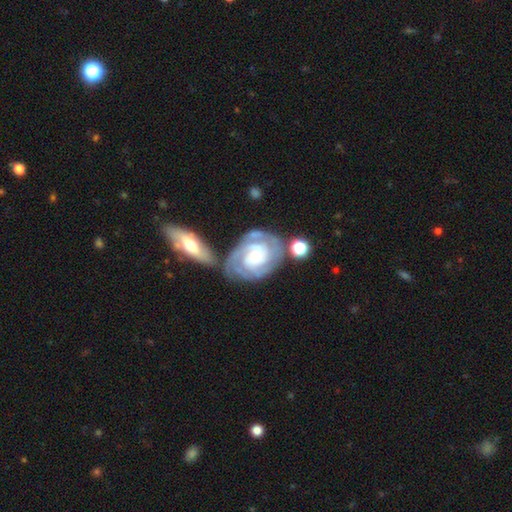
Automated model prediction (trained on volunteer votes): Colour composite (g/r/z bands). It shows a featured or disk galaxy (86%) with no bar (72%), 2 (38%) tight (75%) spiral arms (95%) and a small central bulge (52%). Merging: none (55%).